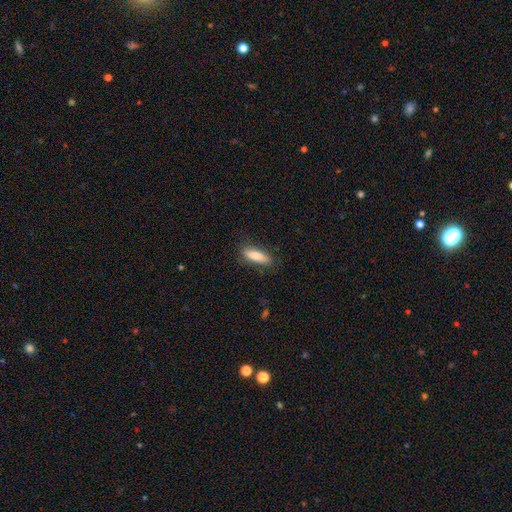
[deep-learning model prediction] Overall: smooth (80%). How rounded: in between (50%; cigar-shaped 48%). Merging: none (78%).